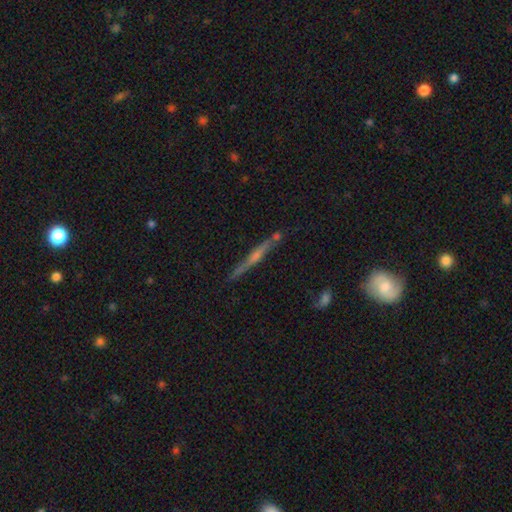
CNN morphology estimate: Smooth or featured: featured or disk — 69% (smooth — 22%)
Edge-on disk: yes — 97% (no — 3%)
Edge-on bulge: rounded — 55% (none — 31%)
Merging: none — 82% (minor disturbance — 11%)